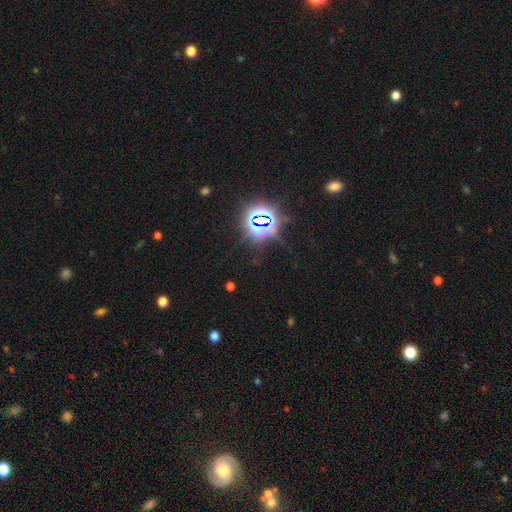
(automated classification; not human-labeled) Smooth or featured: star or artifact — 80% (smooth — 12%)